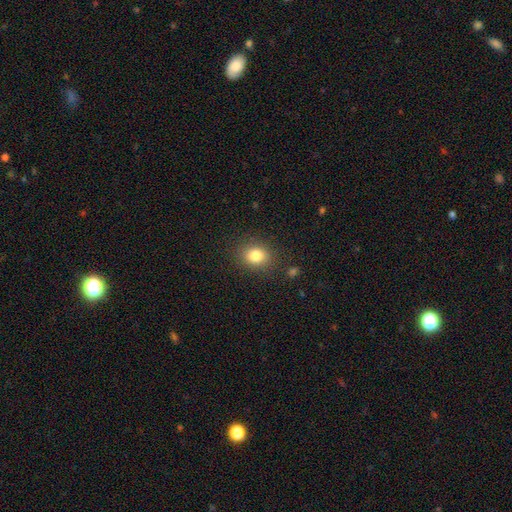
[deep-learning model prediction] The model was most divided on "how rounded": round: 58%, in between: 41%, cigar-shaped: 1%. More confident: merging — none (86%); smooth or featured — smooth (82%).